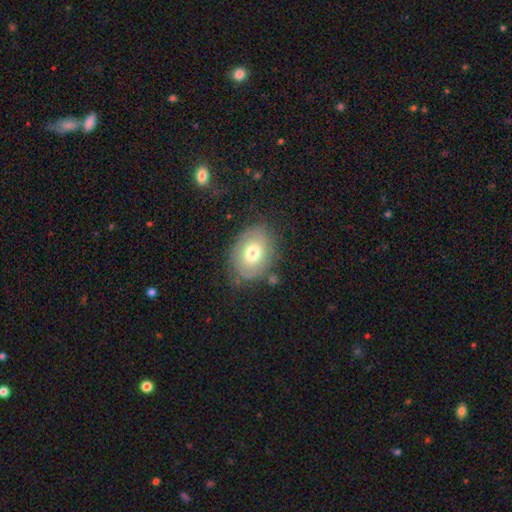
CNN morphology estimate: type=smooth (60%); roundness=in between (63%); merging=none (84%).